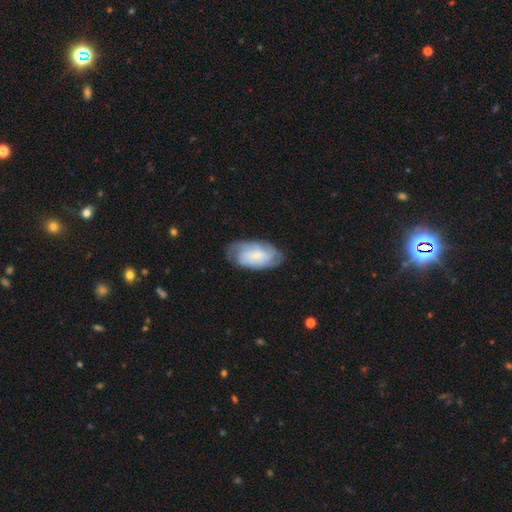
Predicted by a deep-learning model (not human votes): A featured or disk galaxy (57%) with no bar (51%), spiral arms (89%) and a small central bulge (52%). Merging: none (74%).